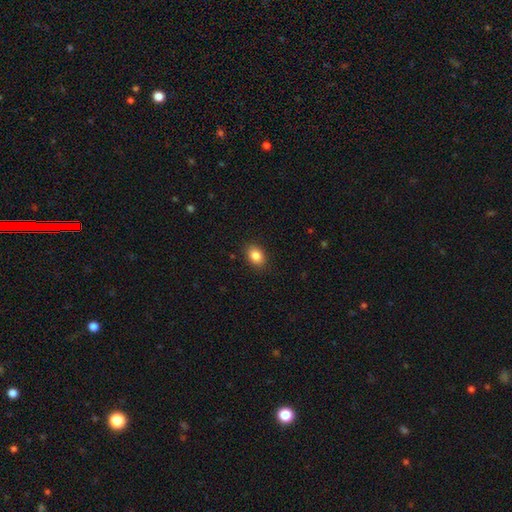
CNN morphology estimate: Smooth or featured?
  - smooth: 85% *
  - star or artifact: 9%
  - featured or disk: 6%
How rounded?
  - in between: 69% *
  - round: 30%
  - cigar-shaped: 1%
Merging?
  - none: 89% *
  - minor disturbance: 8%
  - major disturbance: 2%
  - merger: 1%